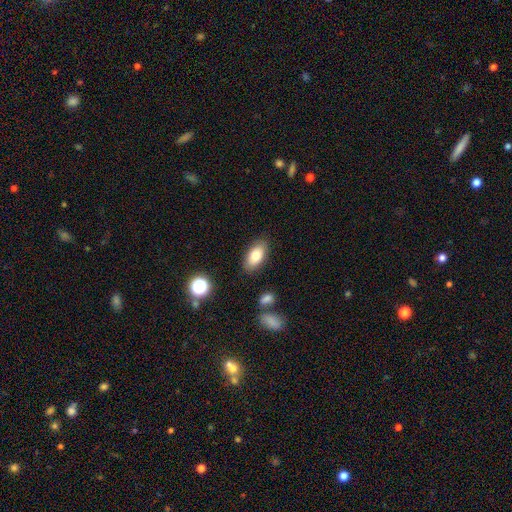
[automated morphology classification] Q: Smooth or featured?
A: smooth (78%); runner-up: featured or disk (14%)
Q: How rounded?
A: in between (91%); runner-up: cigar-shaped (5%)
Q: Merging?
A: none (85%); runner-up: minor disturbance (10%)